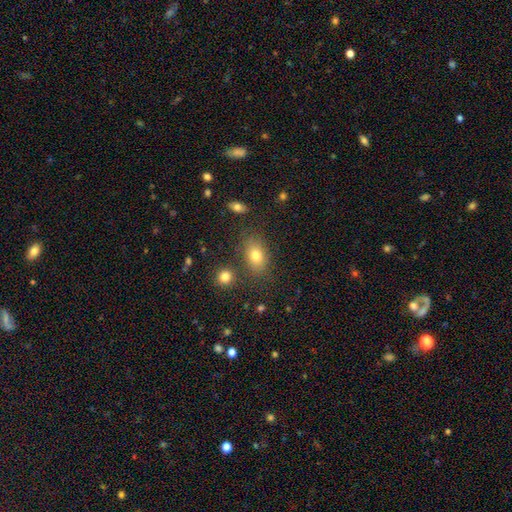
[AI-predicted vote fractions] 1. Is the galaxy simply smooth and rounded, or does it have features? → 76% smooth, 12% star or artifact, 11% featured or disk.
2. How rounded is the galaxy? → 79% in between, 19% round, 2% cigar-shaped.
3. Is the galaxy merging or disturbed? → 79% none, 12% minor disturbance, 5% merger, 4% major disturbance.